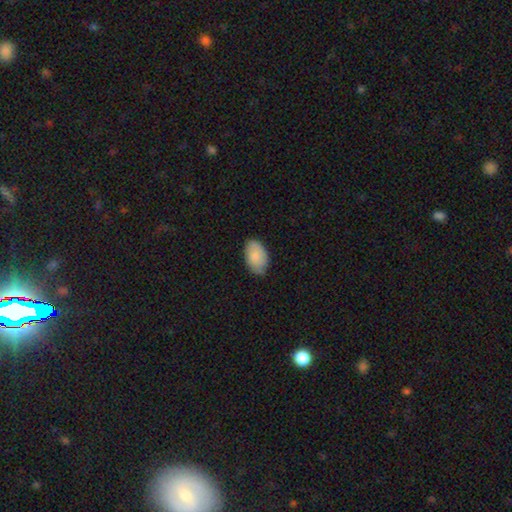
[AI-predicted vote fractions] A smooth galaxy with no disk features (85%) that is in between round and cigar-shaped (93%). Merging: none (77%).